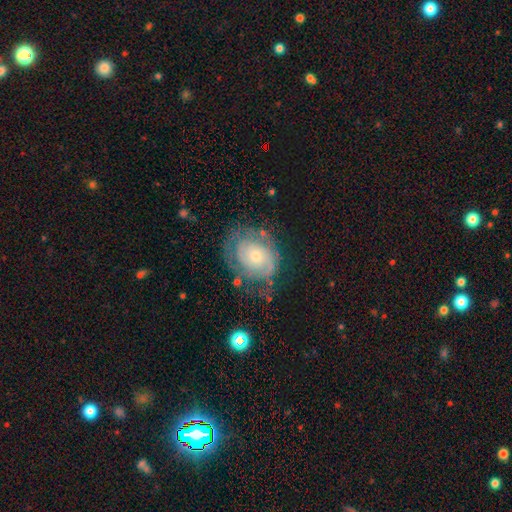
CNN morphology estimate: smooth-or-featured: featured or disk: 77% | smooth: 16% | star or artifact: 6%
  disk-edge-on: no: 97% | yes: 3%
    bar: no: 77% | weak: 20% | strong: 3%
    has-spiral-arms: yes: 89% | no: 11%
      spiral-winding: tight: 66% | medium: 25% | loose: 9%
      spiral-arm-count: 2: 44% | can't tell: 32% | 3: 9% | 1: 8% | 4: 4% | more than 4: 3%
    bulge-size: small: 48% | moderate: 44% | large: 5% | none: 2% | dominant: 1%
  merging: none: 64% | minor disturbance: 20% | major disturbance: 13% | merger: 2%